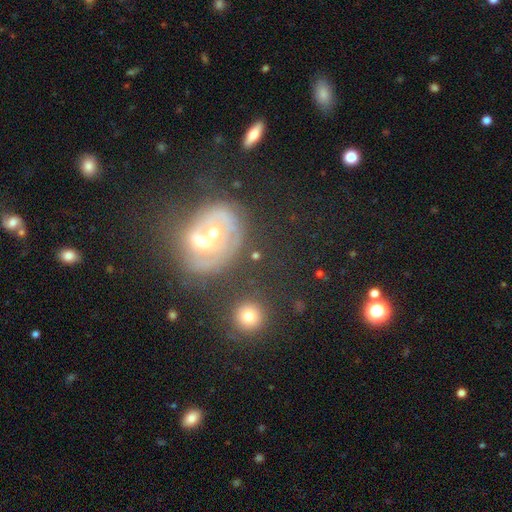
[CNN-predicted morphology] smooth 47%, featured or disk 35%, star or artifact 17%. Down the decision tree: merging — none (49%).